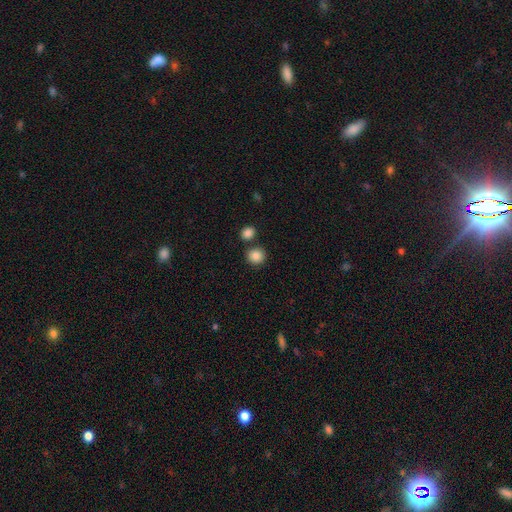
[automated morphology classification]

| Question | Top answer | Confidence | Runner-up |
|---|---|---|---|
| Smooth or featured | smooth | 86% | star or artifact (9%) |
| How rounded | round | 89% | in between (10%) |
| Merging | none | 78% | merger (12%) |